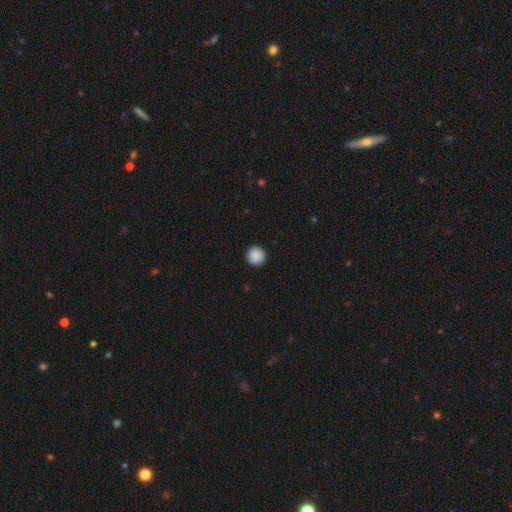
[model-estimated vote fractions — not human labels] smooth-or-featured: smooth: 89% | star or artifact: 9% | featured or disk: 2%
  how-rounded: round: 92% | in between: 7% | cigar-shaped: 1%
  merging: none: 92% | minor disturbance: 6% | major disturbance: 2% | merger: 1%